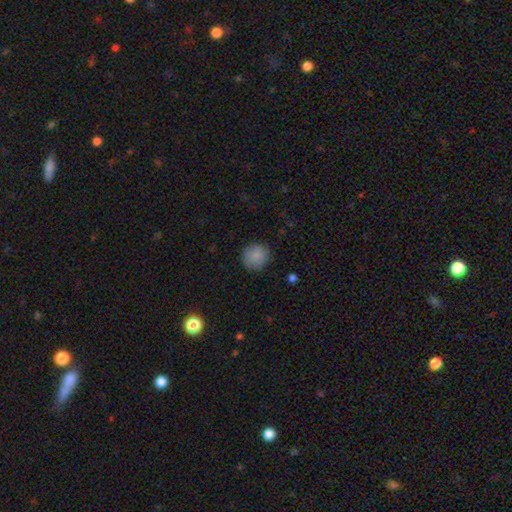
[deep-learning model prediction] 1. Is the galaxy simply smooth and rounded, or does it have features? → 87% smooth, 8% star or artifact, 5% featured or disk.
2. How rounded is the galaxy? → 90% round, 9% in between, 1% cigar-shaped.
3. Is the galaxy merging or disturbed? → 88% none, 9% minor disturbance, 2% major disturbance, 1% merger.